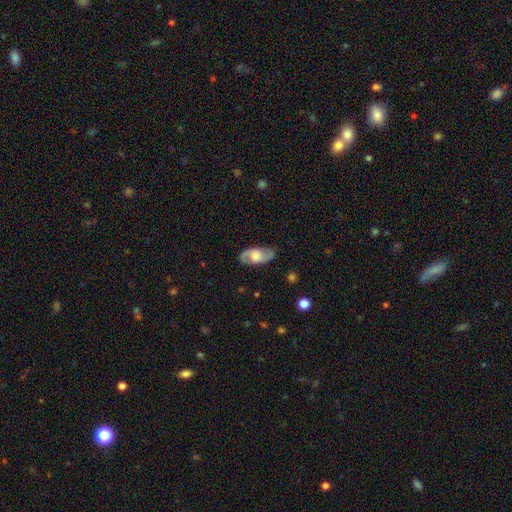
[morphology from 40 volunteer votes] smooth-or-featured: featured or disk: 70% | smooth: 20% | star or artifact: 10%
  disk-edge-on: no: 89% | yes: 11%
    bar: no: 60% | weak: 36% | strong: 4%
    has-spiral-arms: yes: 80% | no: 20%
      spiral-winding: medium: 45% | tight: 35% | loose: 20%
      spiral-arm-count: 2: 100% | 1: 0% | 3: 0% | 4: 0% | more than 4: 0% | can't tell: 0%
    bulge-size: large: 52% | moderate: 28% | small: 12% | none: 8% | dominant: 0%
  merging: none: 92% | minor disturbance: 6% | major disturbance: 3% | merger: 0%